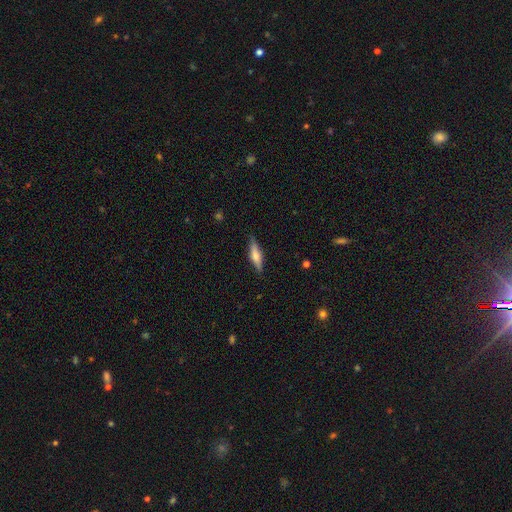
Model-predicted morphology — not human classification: Overall: featured or disk (50%; smooth 44%). Merging: none (86%).